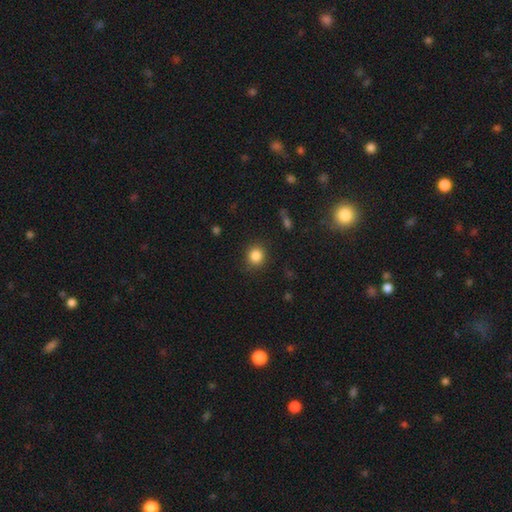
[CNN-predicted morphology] This is clearly a smooth galaxy (85%). How rounded: clearly round (84%). Merging: clearly none (86%).